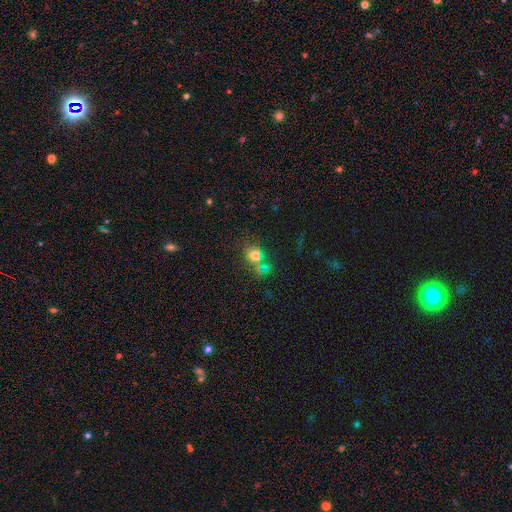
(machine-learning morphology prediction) smooth 71%, star or artifact 16%, featured or disk 13%. Down the decision tree: how rounded — round (61%); merging — none (47%).